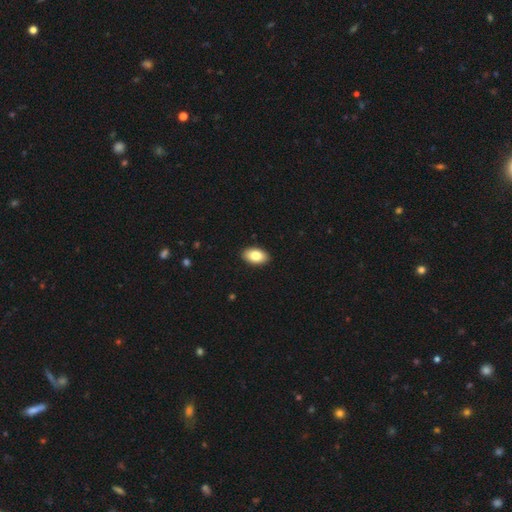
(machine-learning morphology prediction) This appears to be a smooth galaxy with no disk features (83%) that is in between round and cigar-shaped (93%). Merging: none (91%).